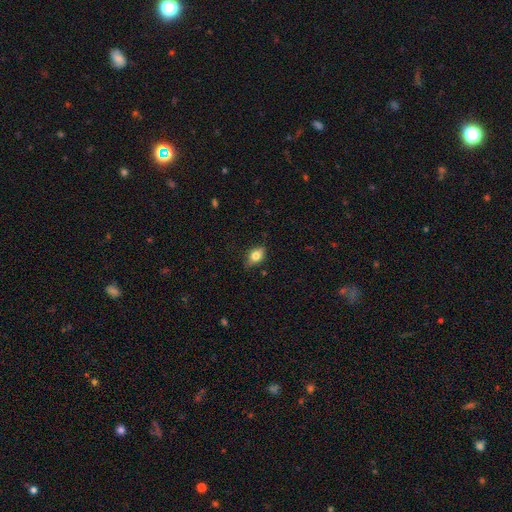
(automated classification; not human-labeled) Smooth or featured? smooth (77%)
How rounded? in between (81%)
Merging? none (76%)